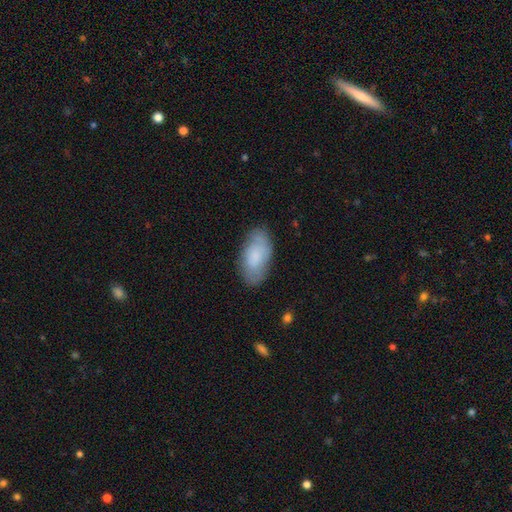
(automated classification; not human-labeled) A smooth galaxy with no disk features (69%) that is in between round and cigar-shaped (94%).

Vote fractions:
- Smooth or featured? smooth: 69% / featured or disk: 24% / star or artifact: 7%
- How rounded? in between: 94% / cigar-shaped: 3% / round: 3%
- Merging? none: 77% / minor disturbance: 17% / major disturbance: 4% / merger: 1%